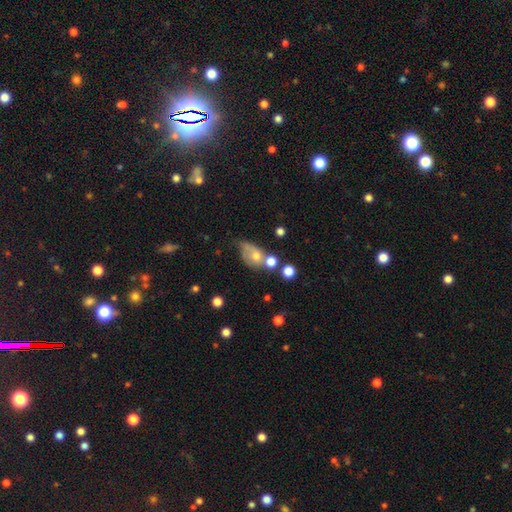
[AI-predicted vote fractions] smooth_or_featured: smooth (p=0.56) [alt: featured or disk p=0.31]
how_rounded: in between (p=0.71) [alt: round p=0.27]
merging: minor disturbance (p=0.28) [alt: none p=0.27]